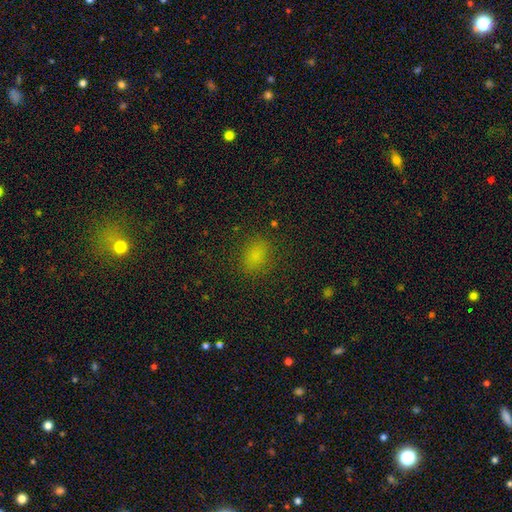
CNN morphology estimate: Smooth or featured? Predicted: smooth (p=0.79). How rounded? Predicted: in between (p=0.64). Merging? Predicted: none (p=0.83).